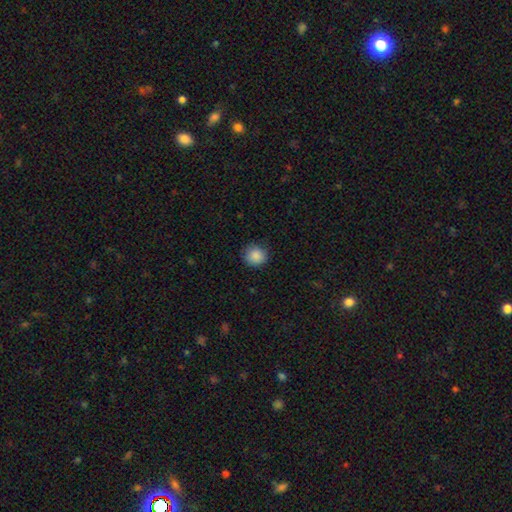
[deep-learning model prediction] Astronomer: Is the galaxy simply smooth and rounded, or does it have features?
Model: smooth — 88%.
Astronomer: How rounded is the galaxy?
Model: round — 89%.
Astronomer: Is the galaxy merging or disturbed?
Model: none — 86%.